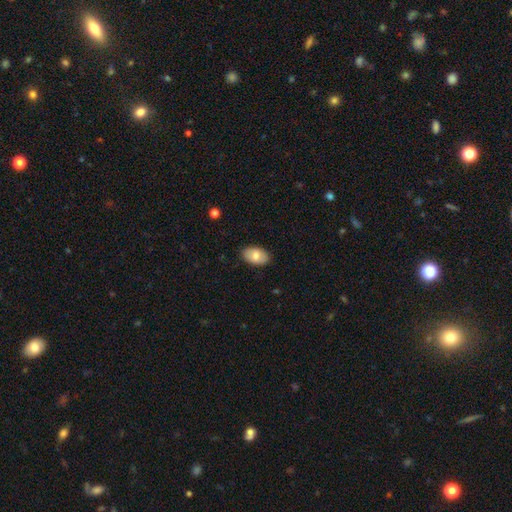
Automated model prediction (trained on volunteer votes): smooth-or-featured: smooth: 76% | featured or disk: 18% | star or artifact: 6%
  how-rounded: in between: 93% | round: 6% | cigar-shaped: 1%
  merging: none: 88% | minor disturbance: 10% | major disturbance: 2% | merger: 1%